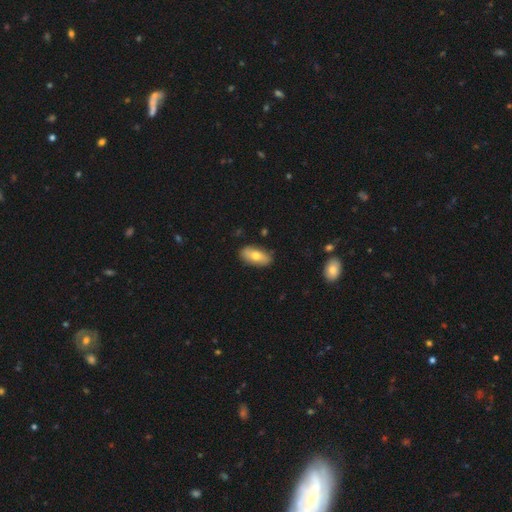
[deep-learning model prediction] smooth-or-featured: smooth: 67% | featured or disk: 26% | star or artifact: 6%
  how-rounded: in between: 89% | cigar-shaped: 7% | round: 4%
  merging: none: 84% | minor disturbance: 12% | major disturbance: 2% | merger: 1%